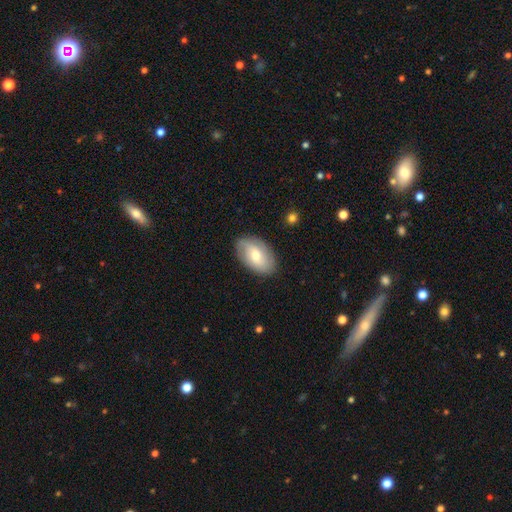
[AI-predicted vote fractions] smooth 60%, featured or disk 34%, star or artifact 6%. Down the decision tree: how rounded — in between (92%); merging — none (85%).